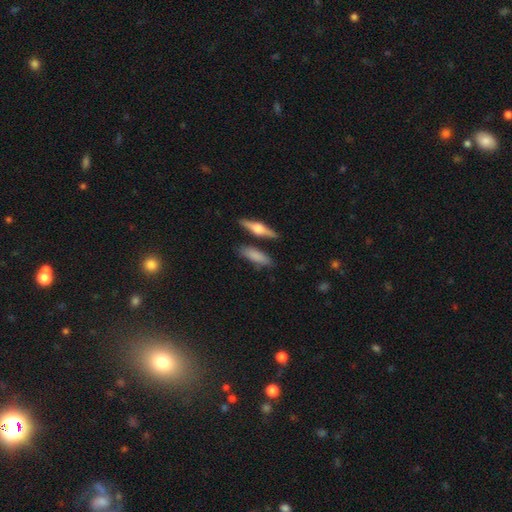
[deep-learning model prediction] Smooth or featured?
  - smooth: 70% *
  - featured or disk: 23%
  - star or artifact: 7%
How rounded?
  - cigar-shaped: 53% *
  - in between: 43%
  - round: 4%
Merging?
  - none: 76% *
  - minor disturbance: 14%
  - merger: 7%
  - major disturbance: 3%